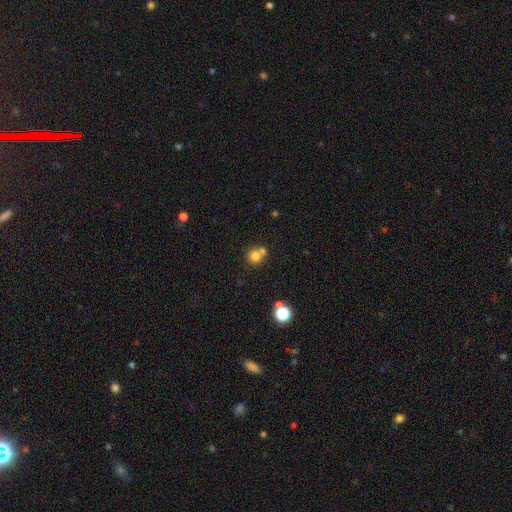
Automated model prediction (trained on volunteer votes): smooth 76%, star or artifact 14%, featured or disk 10%. Down the decision tree: how rounded — round (88%); merging — none (50%).